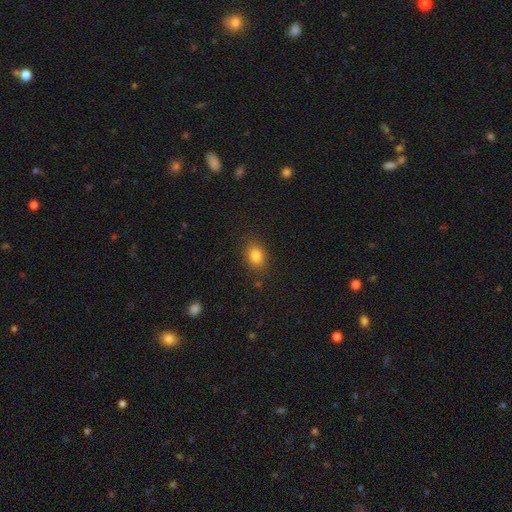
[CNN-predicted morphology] Overall: smooth (82%). How rounded: in between (70%). Merging: none (85%).